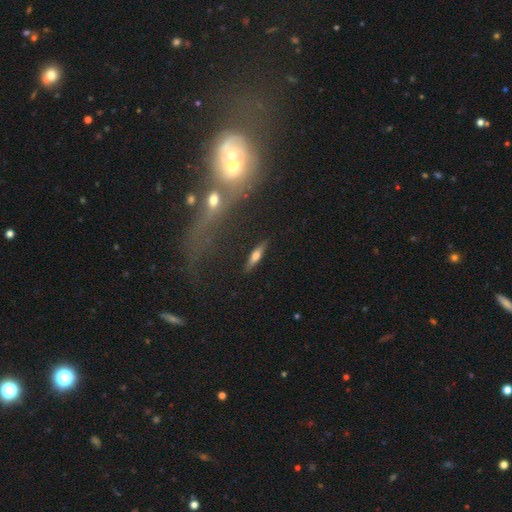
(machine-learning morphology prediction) This appears to be a smooth galaxy with no disk features (52%) that is cigar-shaped (72%). Merging: none (86%).